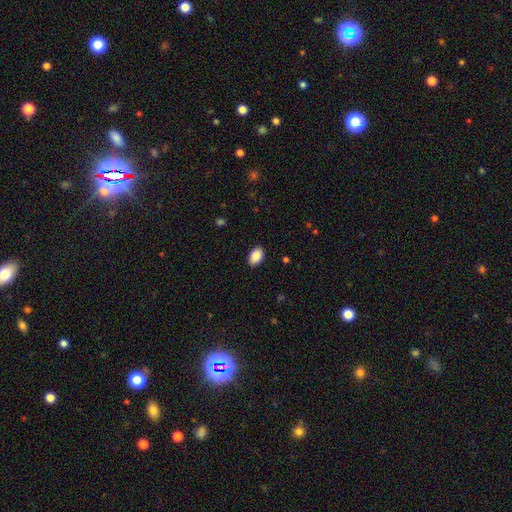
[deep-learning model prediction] This appears to be a smooth galaxy with no disk features (88%) that is in between round and cigar-shaped (90%). Merging: none (89%).